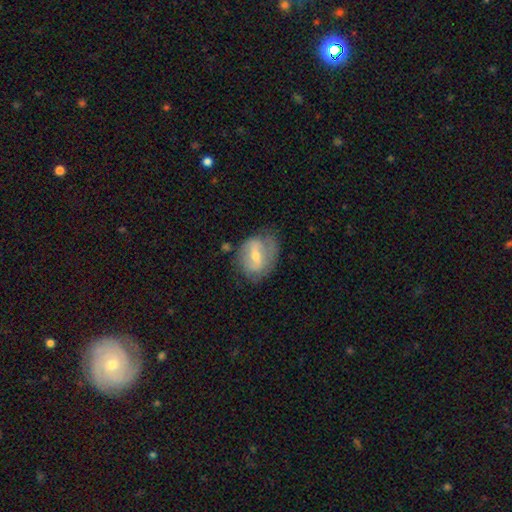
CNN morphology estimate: smooth_or_featured: featured or disk (p=0.59) [alt: smooth p=0.34]
disk_edge_on: no (p=0.94) [alt: yes p=0.06]
bar: weak (p=0.44) [alt: strong p=0.40]
has_spiral_arms: yes (p=0.61) [alt: no p=0.39]
bulge_size: moderate (p=0.54) [alt: small p=0.41]
merging: none (p=0.56) [alt: minor disturbance p=0.28]